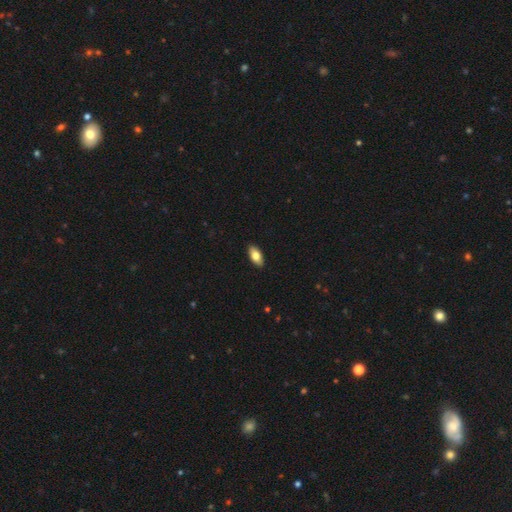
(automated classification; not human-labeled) A smooth galaxy with no disk features (79%) that is in between round and cigar-shaped (90%).

Vote fractions:
- Smooth or featured? smooth: 79% / featured or disk: 15% / star or artifact: 6%
- How rounded? in between: 90% / cigar-shaped: 7% / round: 3%
- Merging? none: 91% / minor disturbance: 7% / major disturbance: 1% / merger: 1%